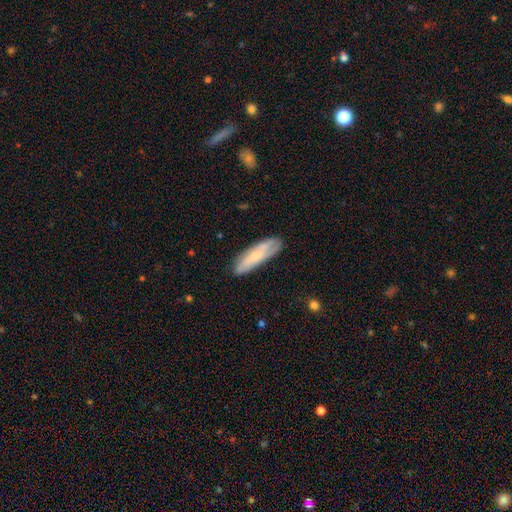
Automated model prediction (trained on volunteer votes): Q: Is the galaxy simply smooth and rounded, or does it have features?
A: smooth — 57%.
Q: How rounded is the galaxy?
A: cigar-shaped — 64%.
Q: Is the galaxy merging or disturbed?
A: none — 76%.